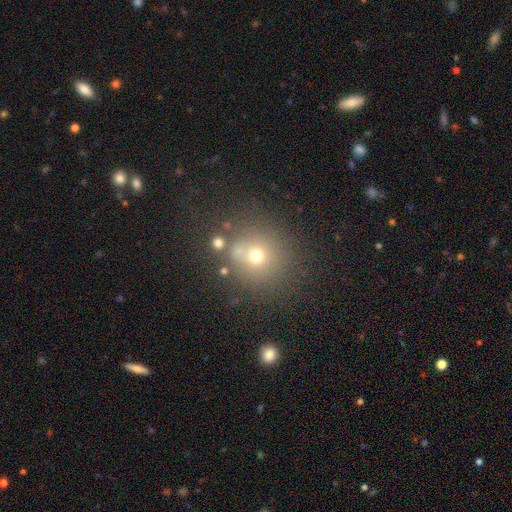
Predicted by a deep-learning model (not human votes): Overall: smooth (66%). How rounded: round (87%). Merging: none (70%).